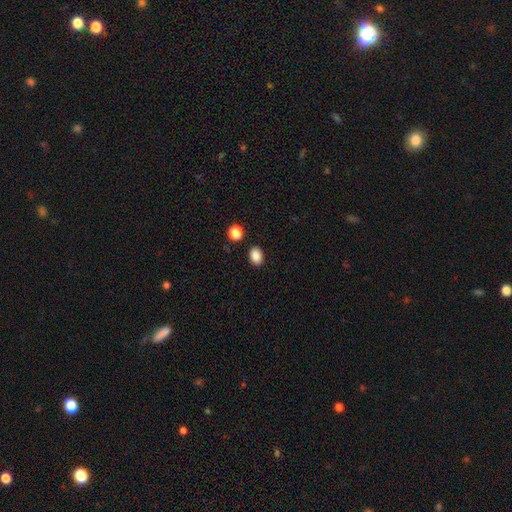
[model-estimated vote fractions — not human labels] This is clearly a smooth galaxy (88%). How rounded: likely in between (76%). Merging: clearly none (87%).